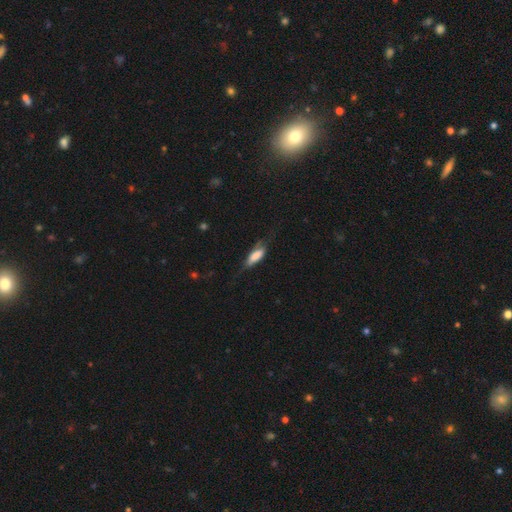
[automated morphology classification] This appears to be a smooth galaxy with no disk features (68%) that is in between round and cigar-shaped (64%). Merging: none (47%).